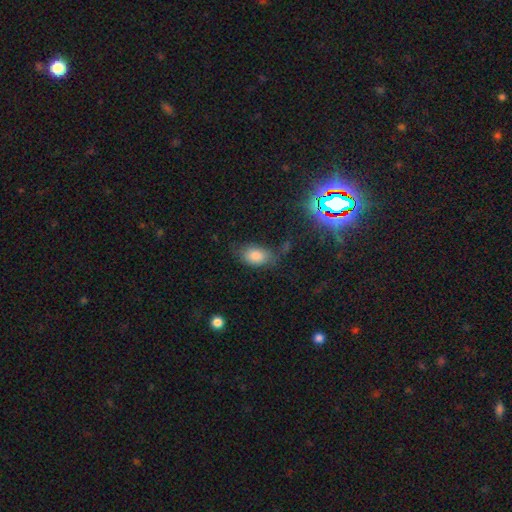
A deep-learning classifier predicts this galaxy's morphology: Overall: smooth (79%). How rounded: in between (87%). Merging: none (57%; minor disturbance 28%).